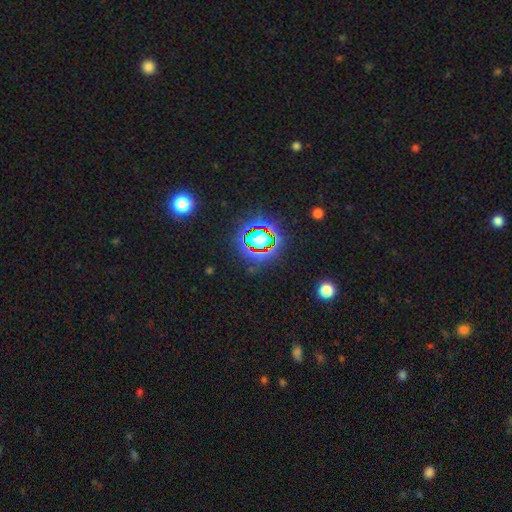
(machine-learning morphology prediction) The model was most divided on "smooth or featured": star or artifact: 81%, smooth: 12%, featured or disk: 7%.